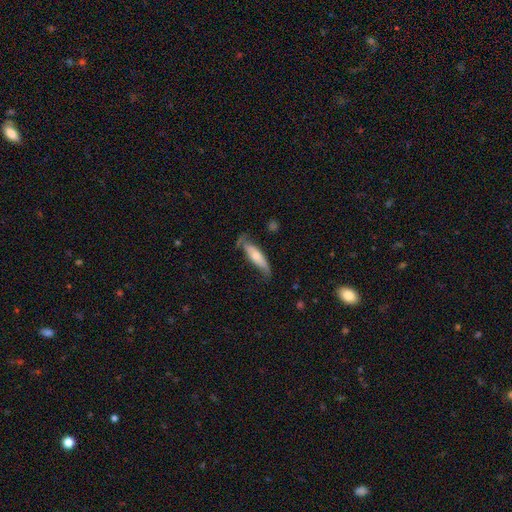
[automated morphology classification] Smooth or featured? Predicted: smooth (p=0.51). How rounded? Predicted: cigar-shaped (p=0.58). Merging? Predicted: none (p=0.55).